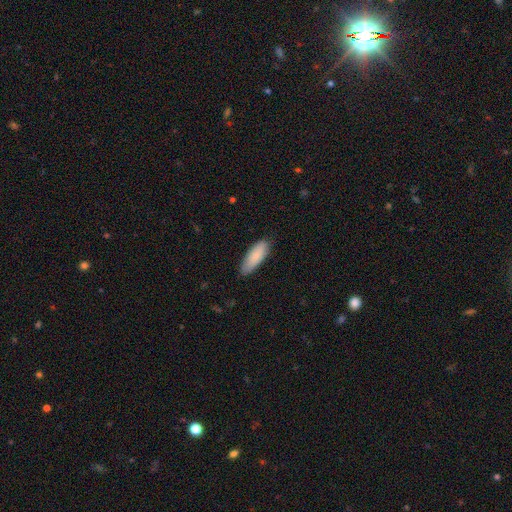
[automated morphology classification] A smooth galaxy with no disk features (82%) that is in between round and cigar-shaped (68%). Merging: none (82%).